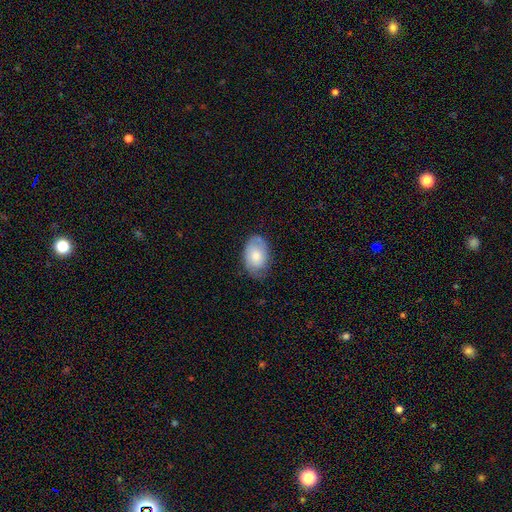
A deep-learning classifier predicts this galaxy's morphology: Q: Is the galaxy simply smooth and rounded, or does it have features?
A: smooth — 71%.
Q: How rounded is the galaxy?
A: in between — 88%.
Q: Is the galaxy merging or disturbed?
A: none — 63%.